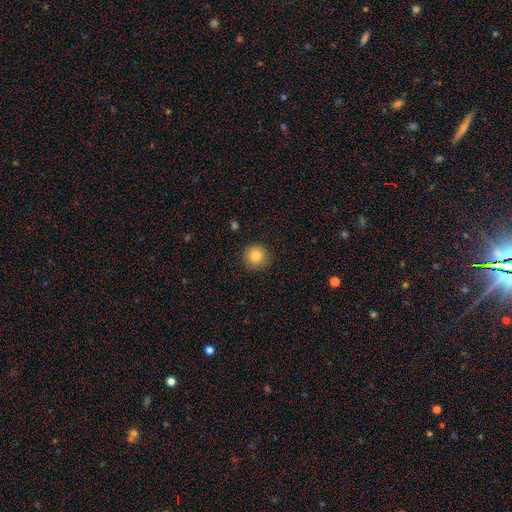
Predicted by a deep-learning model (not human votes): Overall: smooth (82%). How rounded: round (94%). Merging: none (91%).